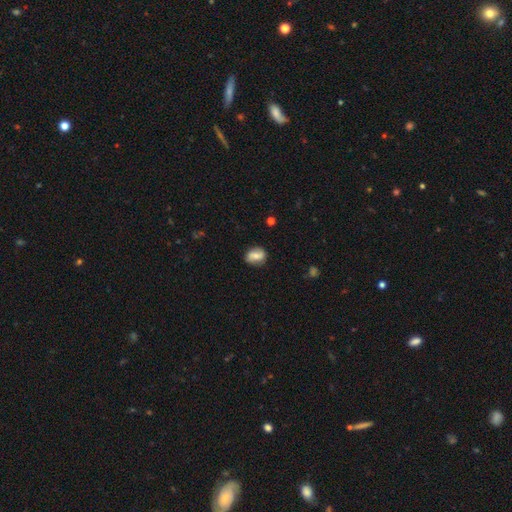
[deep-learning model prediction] This appears to be a smooth galaxy with no disk features (54%) that is in between round and cigar-shaped (64%). Merging: none (78%).